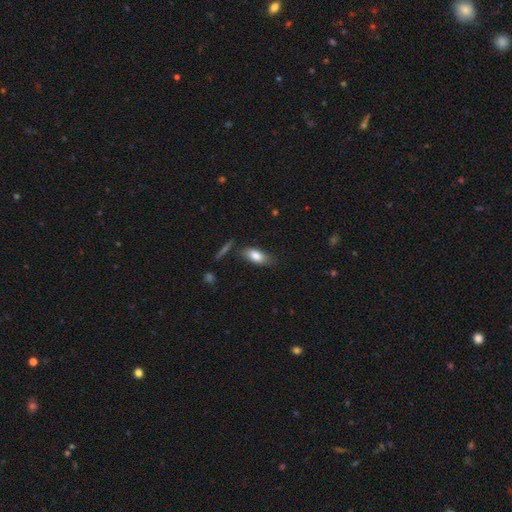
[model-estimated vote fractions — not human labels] smooth-or-featured: smooth: 81% | featured or disk: 13% | star or artifact: 7%
  how-rounded: in between: 82% | cigar-shaped: 15% | round: 3%
  merging: none: 76% | minor disturbance: 17% | merger: 4% | major disturbance: 4%